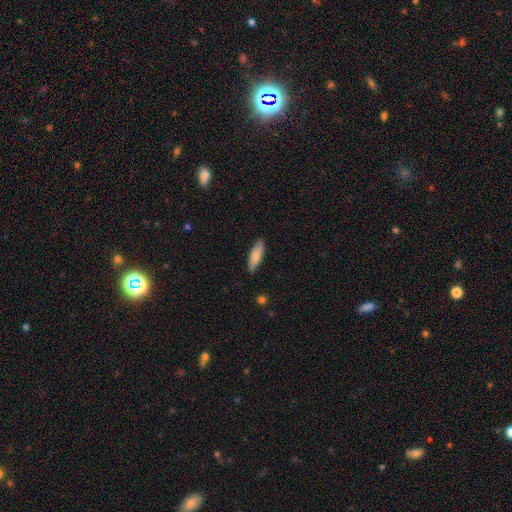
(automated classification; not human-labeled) Smooth or featured? smooth (79%)
How rounded? in between (55%)
Merging? none (85%)